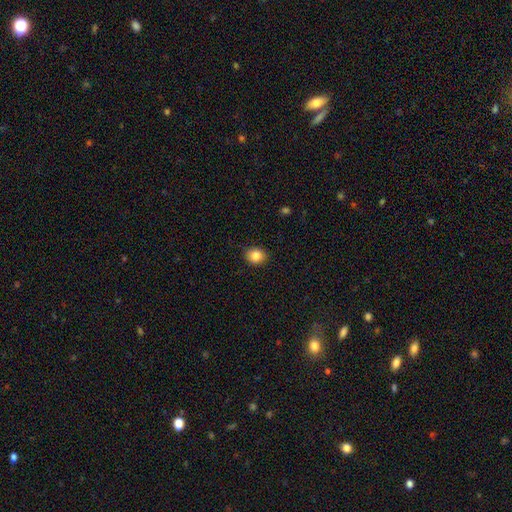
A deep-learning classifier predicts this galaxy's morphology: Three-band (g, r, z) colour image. It shows a smooth galaxy with no disk features (85%) that is round (64%). Merging: none (88%).